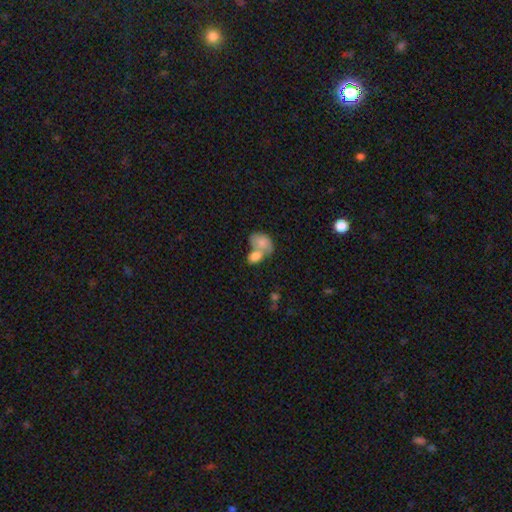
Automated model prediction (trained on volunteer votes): This is likely a smooth galaxy (73%). How rounded: likely in between (66%). Merging: likely merger (67%).